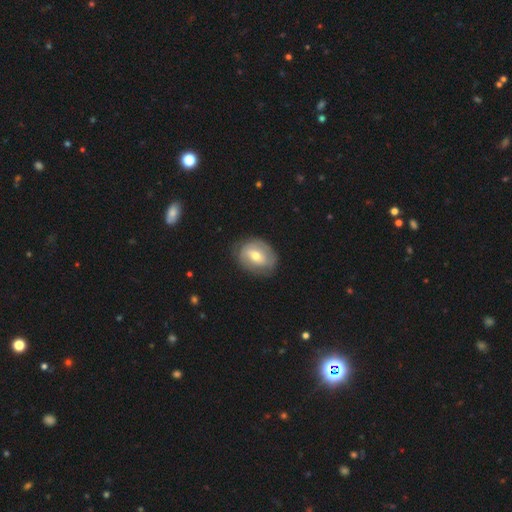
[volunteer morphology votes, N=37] A featured or disk galaxy (51%) with no bar (53%), 2 (55%) tight (82%) spiral arms (65%) and a moderate central bulge (100%).

Vote fractions:
- Smooth or featured? featured or disk: 51% / smooth: 41% / star or artifact: 8%
- Edge-on disk? no: 89% / yes: 11%
- Bar? no: 53% / weak: 41% / strong: 6%
- Spiral arms? yes: 65% / no: 35%
- Spiral winding? tight: 82% / medium: 9% / loose: 9%
- Spiral arm count? 2: 55% / can't tell: 27% / 1: 9% / 3: 9% / 4: 0% / more than 4: 0%
- Bulge size? moderate: 100% / dominant: 0% / large: 0% / small: 0% / none: 0%
- Merging? none: 62% / minor disturbance: 29% / major disturbance: 9% / merger: 0%